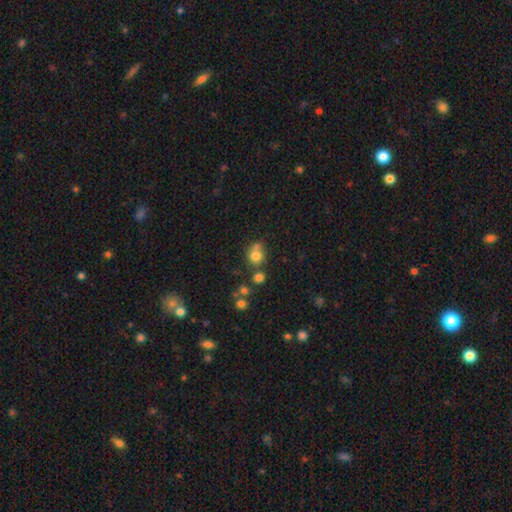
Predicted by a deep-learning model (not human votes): This is likely a smooth galaxy (77%). How rounded: likely round (76%). Merging: possibly none (48%).